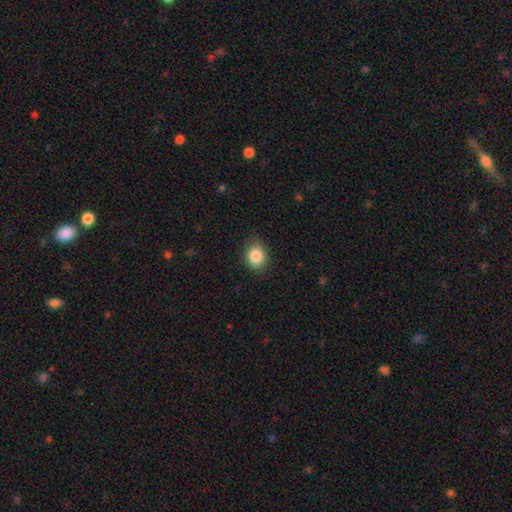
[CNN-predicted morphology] A smooth galaxy with no disk features (85%) that is in between round and cigar-shaped (50%). Merging: none (82%).